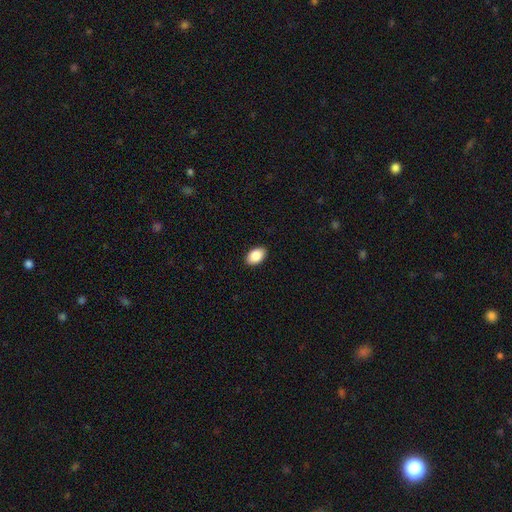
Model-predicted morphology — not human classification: Smooth or featured?
  - smooth: 89% *
  - star or artifact: 7%
  - featured or disk: 4%
How rounded?
  - in between: 90% *
  - round: 9%
  - cigar-shaped: 1%
Merging?
  - none: 90% *
  - minor disturbance: 7%
  - major disturbance: 2%
  - merger: 1%